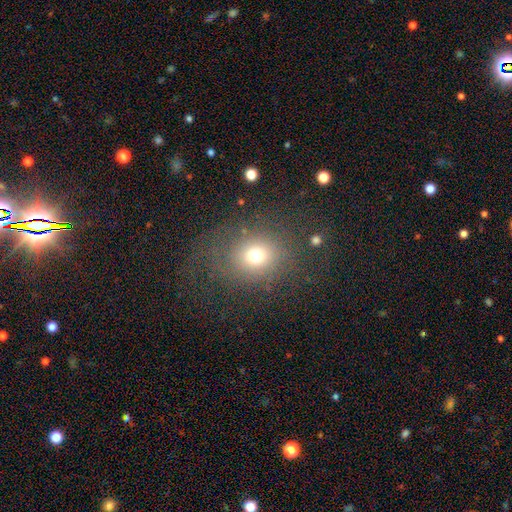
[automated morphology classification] A smooth galaxy with no disk features (71%) that is round (68%).

Vote fractions:
- Smooth or featured? smooth: 71% / star or artifact: 17% / featured or disk: 12%
- How rounded? round: 68% / in between: 31% / cigar-shaped: 1%
- Merging? none: 72% / minor disturbance: 13% / major disturbance: 12% / merger: 2%